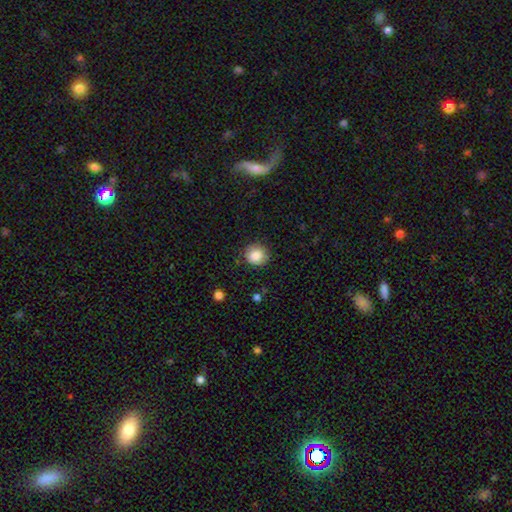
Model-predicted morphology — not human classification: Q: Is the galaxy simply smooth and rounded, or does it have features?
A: smooth — 86%.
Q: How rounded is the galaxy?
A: round — 88%.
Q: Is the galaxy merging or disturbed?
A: none — 85%.